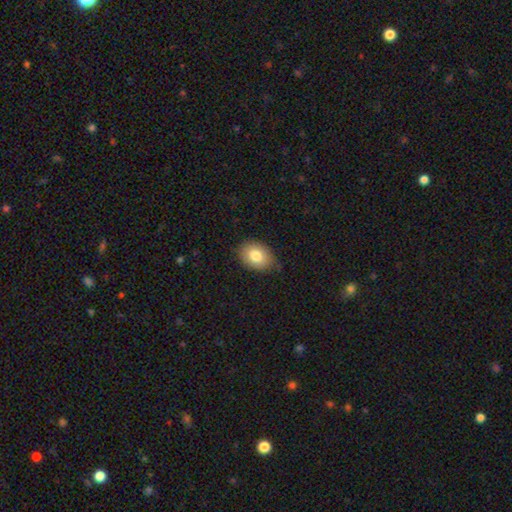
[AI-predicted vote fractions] The model was most divided on "how rounded": in between: 75%, round: 24%, cigar-shaped: 1%. More confident: smooth or featured — smooth (81%); merging — none (77%).